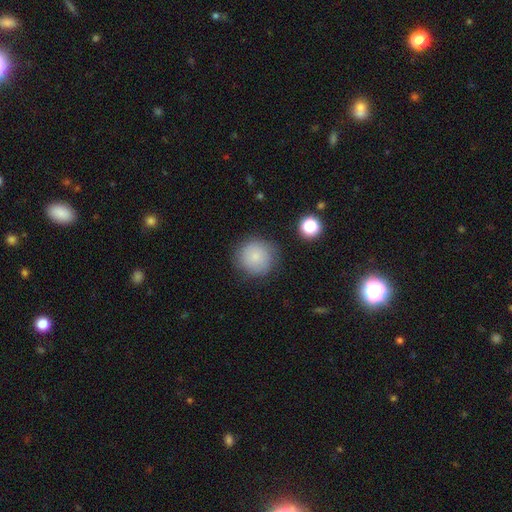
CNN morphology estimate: Overall: smooth (79%). How rounded: round (93%). Merging: none (78%).